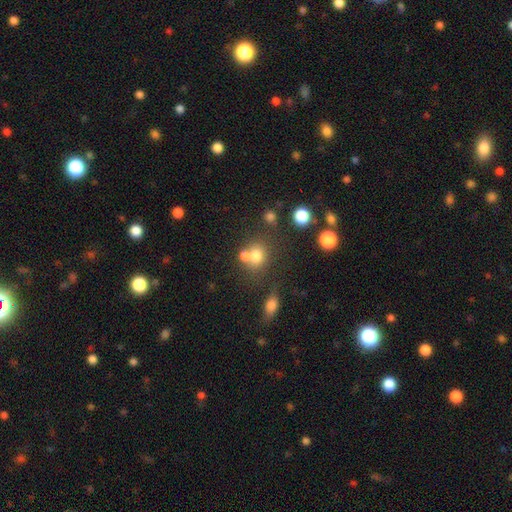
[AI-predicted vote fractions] The model was most divided on "merging": none: 49%, merger: 35%, minor disturbance: 11%, major disturbance: 5%. More confident: smooth or featured — smooth (73%); how rounded — round (70%).